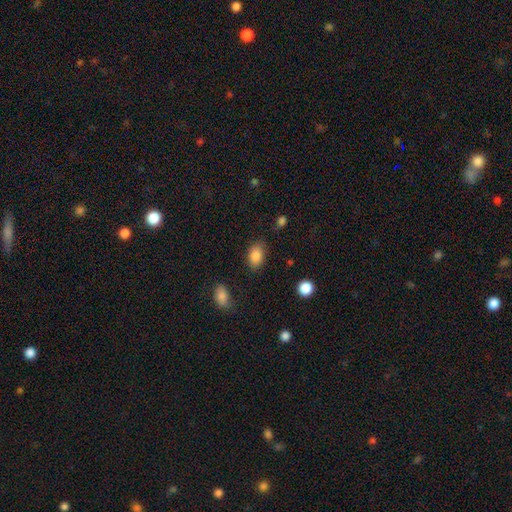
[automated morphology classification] Smooth or featured? smooth (86%)
How rounded? in between (84%)
Merging? none (80%)